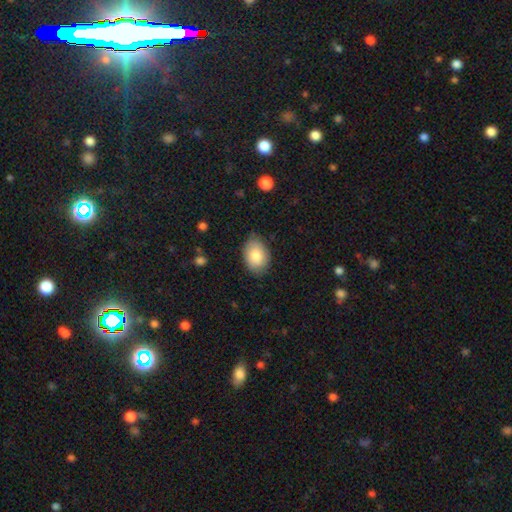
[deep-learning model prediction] The model was most divided on "merging": none: 78%, minor disturbance: 18%, major disturbance: 3%, merger: 1%. More confident: smooth or featured — smooth (84%); how rounded — in between (83%).